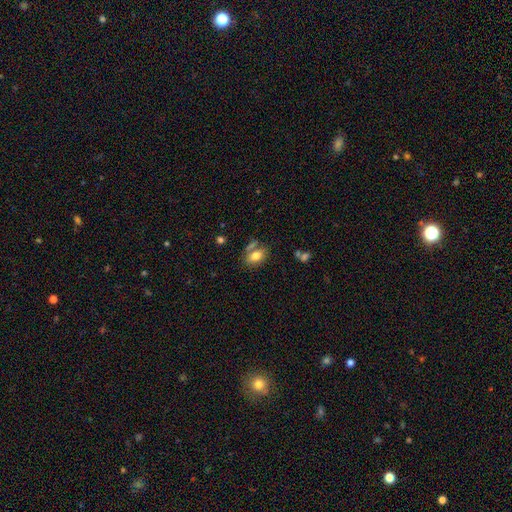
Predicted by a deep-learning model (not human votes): smooth_or_featured: smooth (p=0.75) [alt: featured or disk p=0.16]
how_rounded: in between (p=0.84) [alt: round p=0.13]
merging: none (p=0.61) [alt: merger p=0.17]